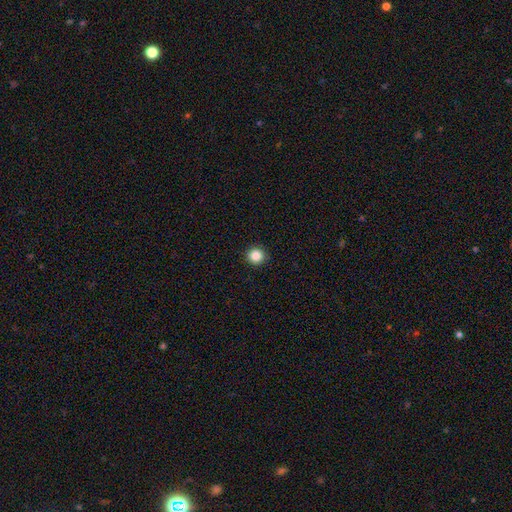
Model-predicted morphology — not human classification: Smooth or featured: smooth — 86% (star or artifact — 10%)
How rounded: round — 96% (in between — 4%)
Merging: none — 93% (minor disturbance — 4%)